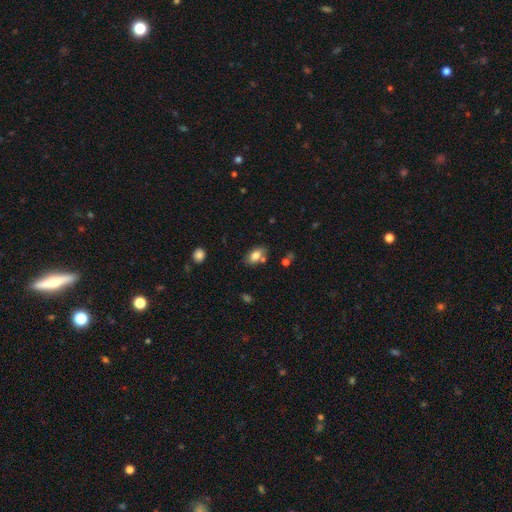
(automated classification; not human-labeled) Smooth or featured? smooth (79%)
How rounded? in between (90%)
Merging? none (68%)